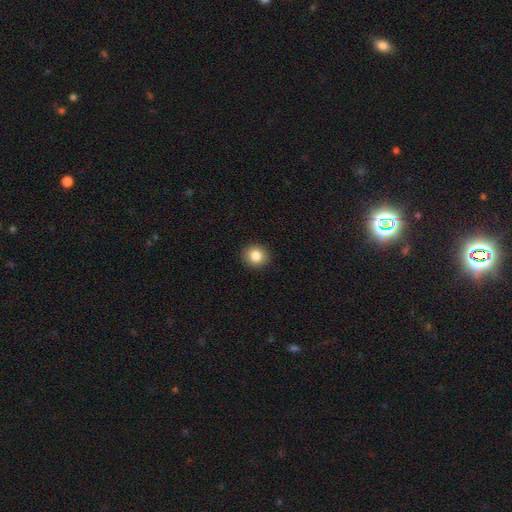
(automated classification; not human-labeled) This appears to be a smooth galaxy with no disk features (84%) that is round (84%). Merging: none (92%).